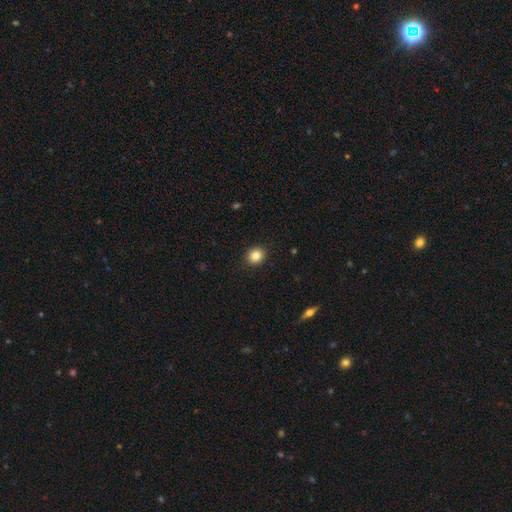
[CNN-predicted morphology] Overall: smooth (84%). How rounded: round (71%). Merging: none (91%).